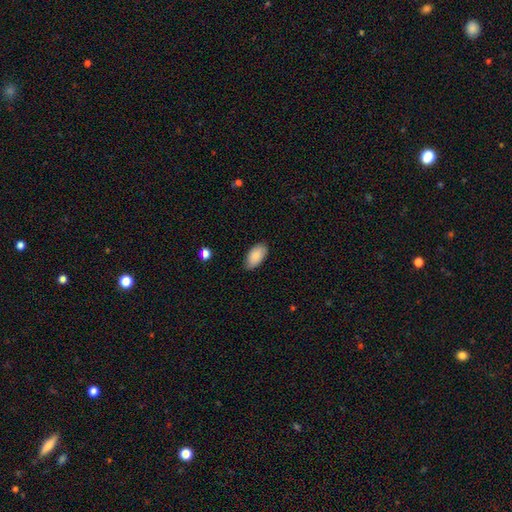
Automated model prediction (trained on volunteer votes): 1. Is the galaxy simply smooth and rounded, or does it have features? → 87% smooth, 7% featured or disk, 6% star or artifact.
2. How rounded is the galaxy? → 95% in between, 3% round, 3% cigar-shaped.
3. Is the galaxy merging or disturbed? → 83% none, 13% minor disturbance, 2% major disturbance, 1% merger.